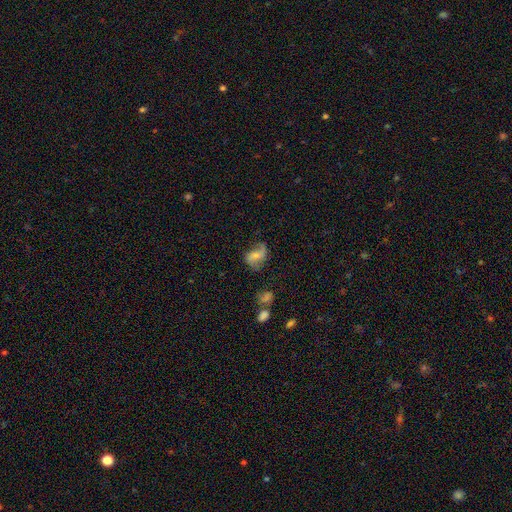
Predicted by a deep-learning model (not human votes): Smooth or featured? featured or disk (71%)
Edge-on disk? no (97%)
Bar? no (41%)
Spiral arms? yes (92%)
Spiral winding? loose (68%)
Spiral arm count? 2 (88%)
Bulge size? small (46%)
Merging? none (64%)